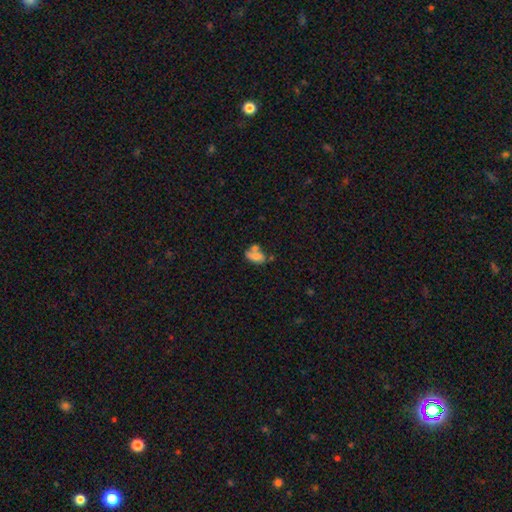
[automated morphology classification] This appears to be a smooth galaxy with no disk features (64%) that is in between round and cigar-shaped (85%). Merging: merger (44%).